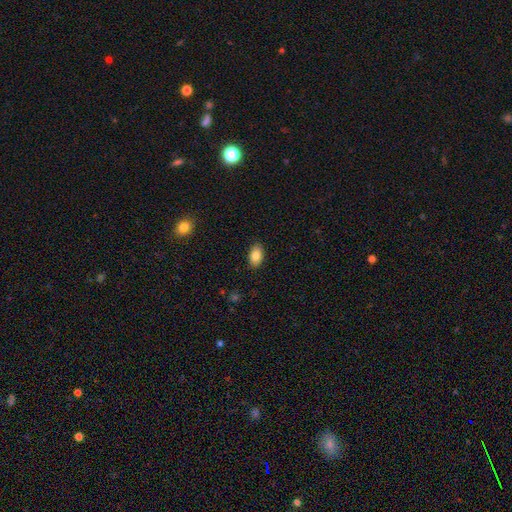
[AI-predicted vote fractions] This appears to be a smooth galaxy with no disk features (84%) that is in between round and cigar-shaped (90%). Merging: none (88%).